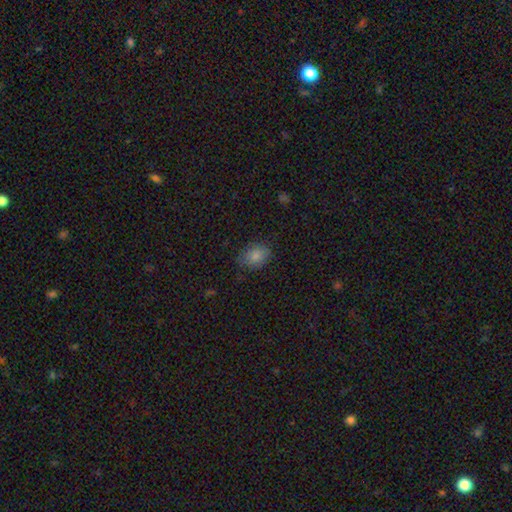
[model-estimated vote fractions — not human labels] Smooth or featured?
  - smooth: 85% *
  - star or artifact: 9%
  - featured or disk: 6%
How rounded?
  - in between: 70% *
  - round: 29%
  - cigar-shaped: 1%
Merging?
  - none: 78% *
  - minor disturbance: 17%
  - major disturbance: 4%
  - merger: 1%